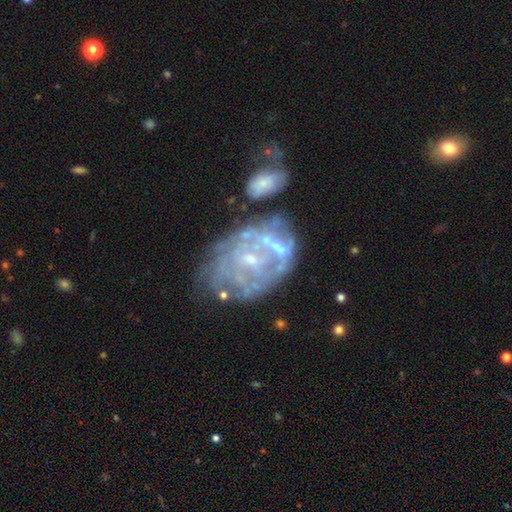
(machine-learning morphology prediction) Smooth or featured?
  - featured or disk: 75% *
  - smooth: 14%
  - star or artifact: 11%
Edge-on disk?
  - no: 97% *
  - yes: 3%
Bar?
  - no: 69% *
  - weak: 24%
  - strong: 7%
Spiral arms?
  - yes: 54% *
  - no: 46%
Bulge size?
  - small: 67% *
  - moderate: 20%
  - none: 10%
  - large: 2%
  - dominant: 1%
Merging?
  - merger: 39% *
  - none: 29%
  - major disturbance: 17%
  - minor disturbance: 15%